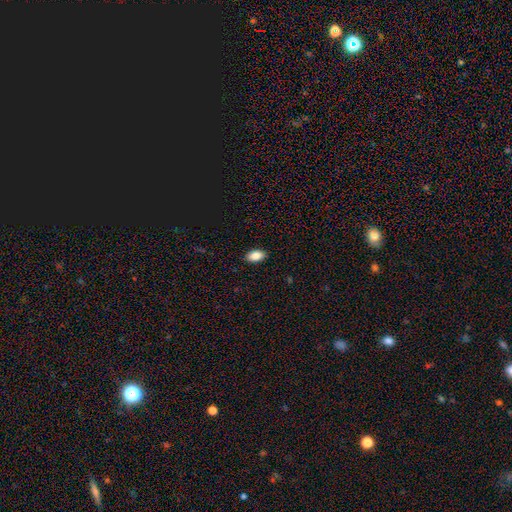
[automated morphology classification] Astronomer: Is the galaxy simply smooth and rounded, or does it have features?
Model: smooth — 87%.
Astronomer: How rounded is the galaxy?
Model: in between — 92%.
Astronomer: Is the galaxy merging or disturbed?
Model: none — 89%.